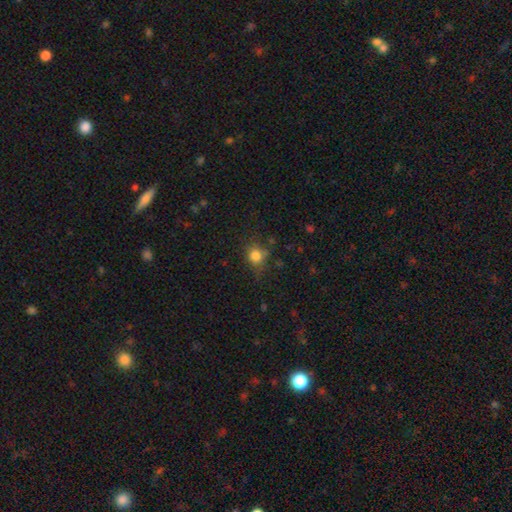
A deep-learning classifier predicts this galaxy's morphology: Smooth or featured? smooth (80%)
How rounded? round (79%)
Merging? none (68%)